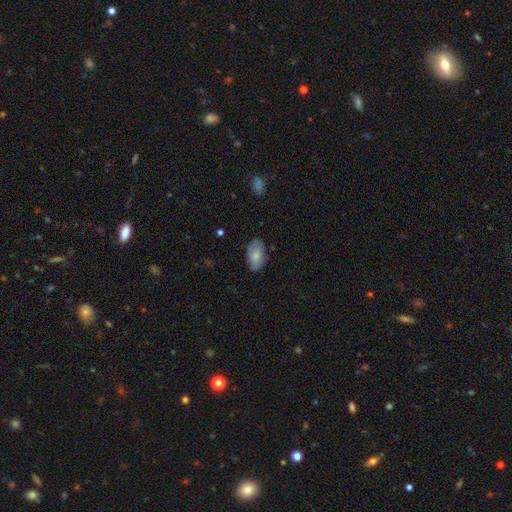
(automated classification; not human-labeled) Smooth or featured? smooth (76%)
How rounded? in between (94%)
Merging? none (79%)